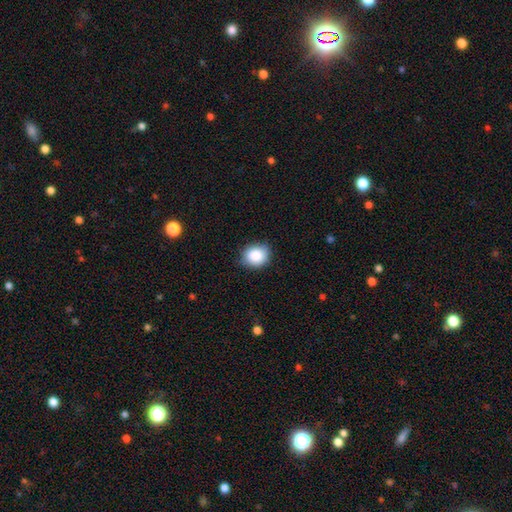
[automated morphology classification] Smooth or featured: smooth — 86% (star or artifact — 8%)
How rounded: round — 68% (in between — 31%)
Merging: none — 80% (minor disturbance — 16%)